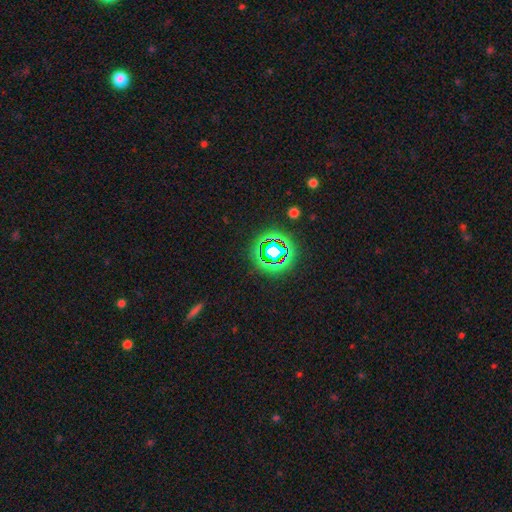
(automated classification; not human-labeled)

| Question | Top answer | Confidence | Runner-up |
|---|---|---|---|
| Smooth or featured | star or artifact | 76% | smooth (17%) |